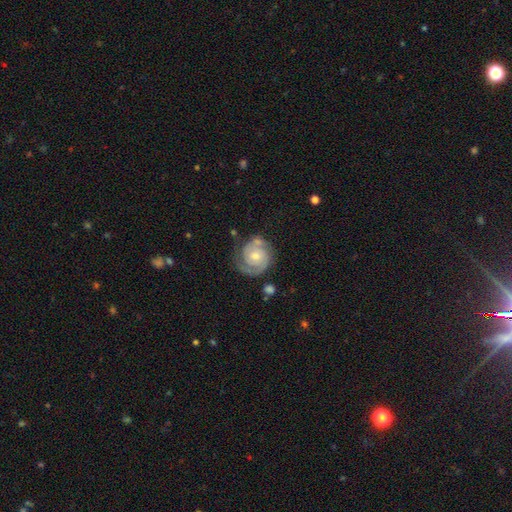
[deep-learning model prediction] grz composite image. It shows a featured or disk galaxy (84%) with no bar (70%), 2 (78%) tight (65%) spiral arms (96%) and a moderate central bulge (50%). Merging: none (70%).